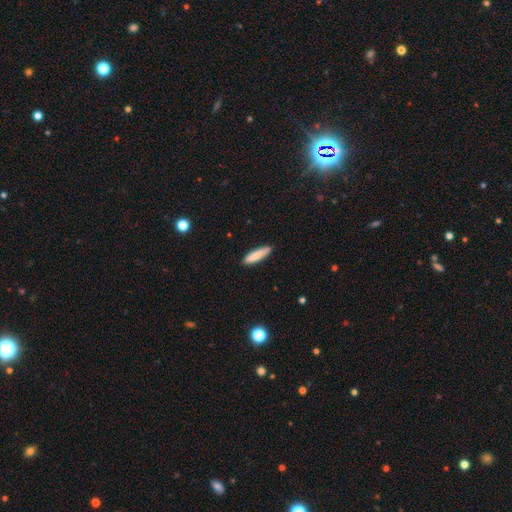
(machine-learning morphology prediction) smooth 84%, featured or disk 10%, star or artifact 6%. Down the decision tree: how rounded — cigar-shaped (76%); merging — none (86%).